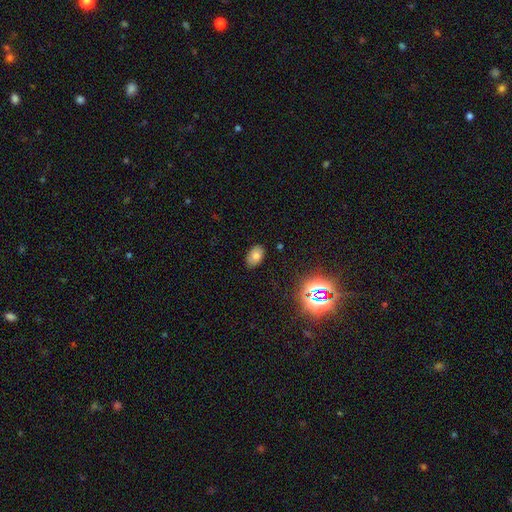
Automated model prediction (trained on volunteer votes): Smooth or featured?
  - smooth: 73% *
  - star or artifact: 15%
  - featured or disk: 12%
How rounded?
  - in between: 89% *
  - round: 10%
  - cigar-shaped: 1%
Merging?
  - none: 85% *
  - minor disturbance: 12%
  - major disturbance: 3%
  - merger: 1%